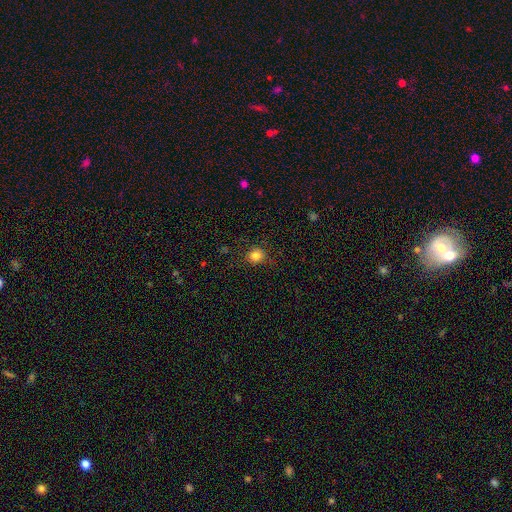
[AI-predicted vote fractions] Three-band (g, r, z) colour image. It shows a smooth galaxy with no disk features (83%) that is round (87%). Merging: none (86%).